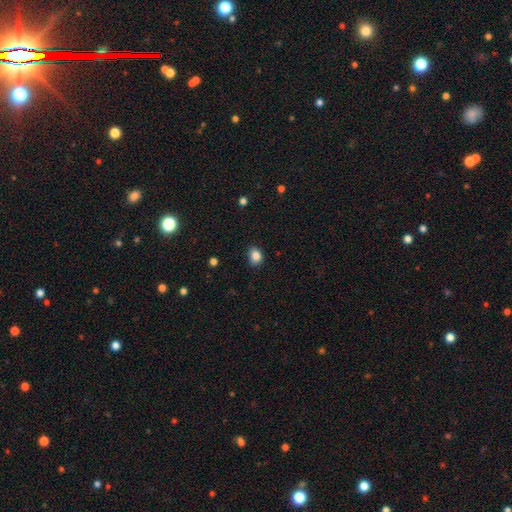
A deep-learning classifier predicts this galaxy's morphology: Q: Smooth or featured?
A: smooth (85%); runner-up: star or artifact (10%)
Q: How rounded?
A: in between (51%); runner-up: round (48%)
Q: Merging?
A: none (83%); runner-up: minor disturbance (14%)